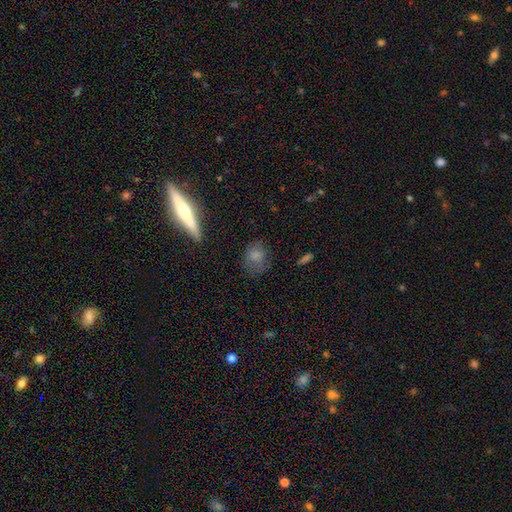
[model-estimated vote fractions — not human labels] The model was most divided on "how rounded": round: 54%, in between: 43%, cigar-shaped: 3%. More confident: smooth or featured — smooth (76%); merging — none (65%).